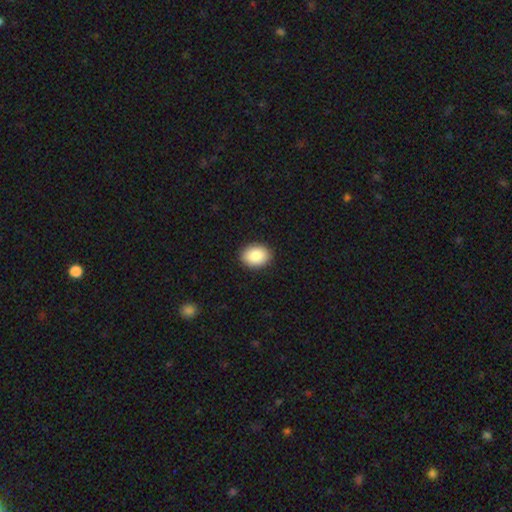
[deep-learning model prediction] A smooth galaxy with no disk features (88%) that is in between round and cigar-shaped (66%).

Vote fractions:
- Smooth or featured? smooth: 88% / star or artifact: 7% / featured or disk: 5%
- How rounded? in between: 66% / round: 33% / cigar-shaped: 1%
- Merging? none: 90% / minor disturbance: 7% / major disturbance: 2% / merger: 1%